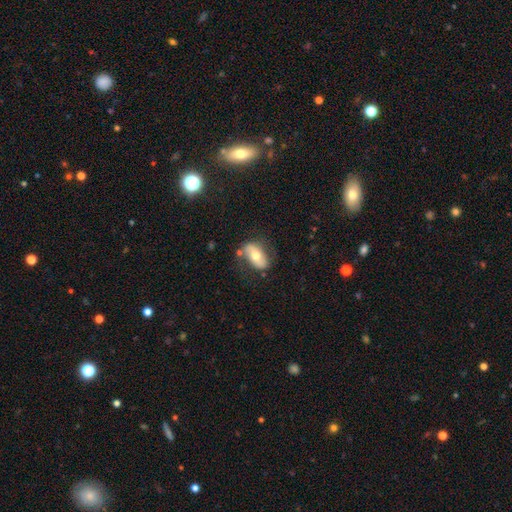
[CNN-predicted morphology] type=smooth (53%); roundness=in between (90%); merging=none (67%).